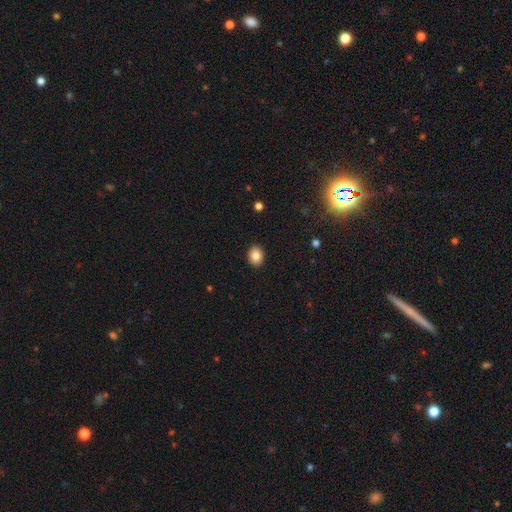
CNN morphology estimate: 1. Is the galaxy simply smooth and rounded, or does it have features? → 86% smooth, 9% star or artifact, 5% featured or disk.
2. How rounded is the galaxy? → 51% round, 48% in between, 1% cigar-shaped.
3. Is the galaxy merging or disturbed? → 91% none, 6% minor disturbance, 2% major disturbance, 1% merger.